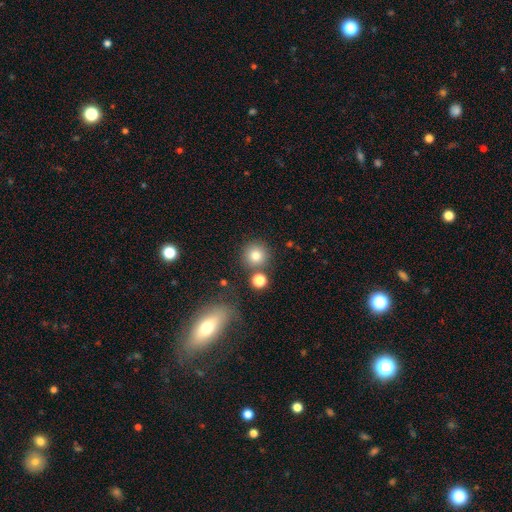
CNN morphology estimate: This is likely a smooth galaxy (79%). How rounded: clearly round (93%). Merging: likely none (78%).